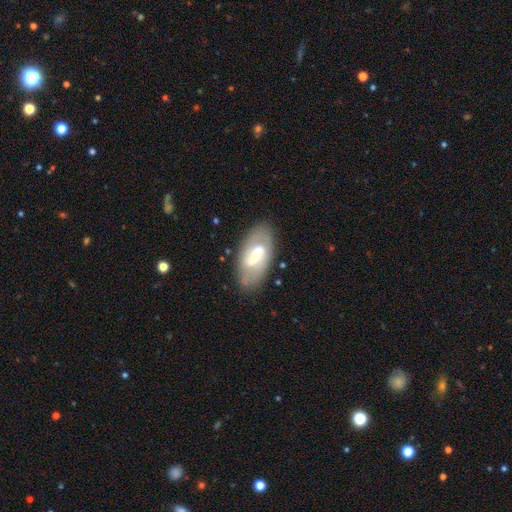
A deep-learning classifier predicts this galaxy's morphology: smooth-or-featured: featured or disk: 63% | smooth: 30% | star or artifact: 6%
  disk-edge-on: no: 94% | yes: 6%
    bar: weak: 48% | strong: 33% | no: 19%
    has-spiral-arms: yes: 73% | no: 27%
    bulge-size: moderate: 41% | small: 29% | large: 17% | none: 10% | dominant: 2%
  merging: none: 73% | minor disturbance: 17% | major disturbance: 7% | merger: 3%